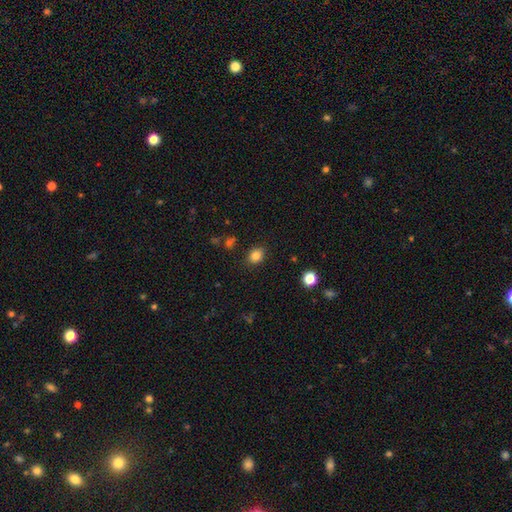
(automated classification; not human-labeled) A smooth galaxy with no disk features (83%) that is in between round and cigar-shaped (54%). Merging: none (85%).